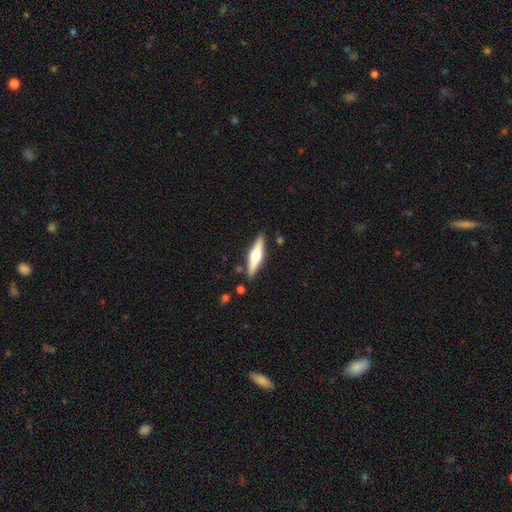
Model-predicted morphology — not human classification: Smooth or featured?
  - featured or disk: 65% *
  - smooth: 30%
  - star or artifact: 5%
Edge-on disk?
  - yes: 97% *
  - no: 3%
Edge-on bulge?
  - rounded: 94% *
  - boxy: 4%
  - none: 2%
Merging?
  - none: 88% *
  - minor disturbance: 8%
  - merger: 2%
  - major disturbance: 2%